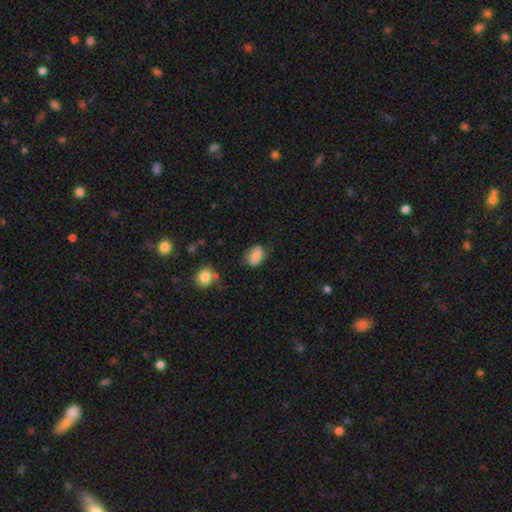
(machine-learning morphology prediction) This appears to be a smooth galaxy with no disk features (68%) that is in between round and cigar-shaped (81%). Merging: none (62%).